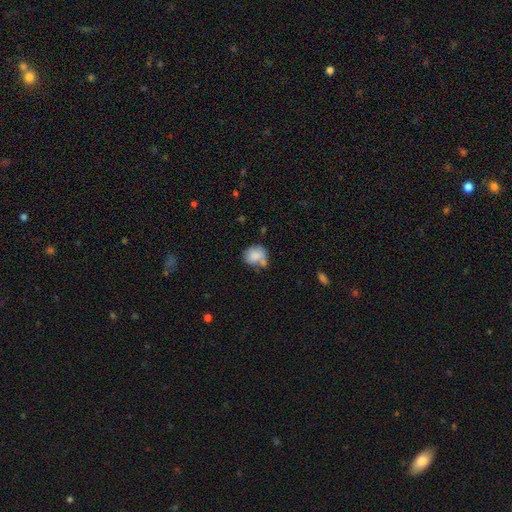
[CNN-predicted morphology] Smooth or featured? Predicted: smooth (p=0.77). How rounded? Predicted: round (p=0.64). Merging? Predicted: none (p=0.43).